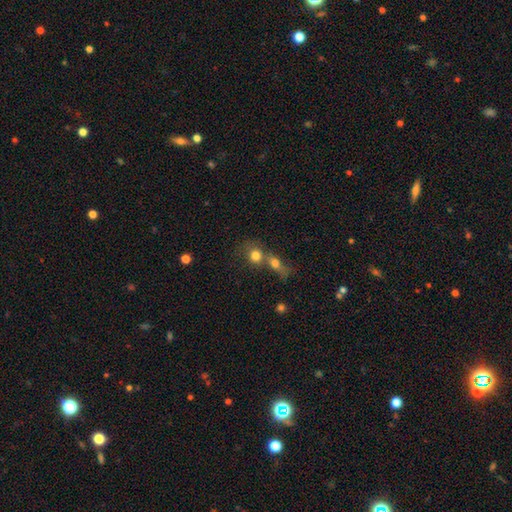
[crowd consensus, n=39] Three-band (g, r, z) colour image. It shows a smooth galaxy with no disk features (85%) that is round (85%). Merging: merger (50%).